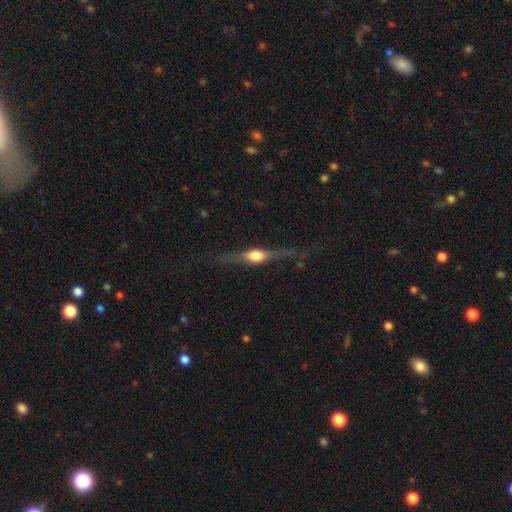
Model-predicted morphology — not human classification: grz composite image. It shows a featured or disk galaxy (71%) viewed edge-on (95%) with a rounded central bulge (92%). Merging: none (76%).